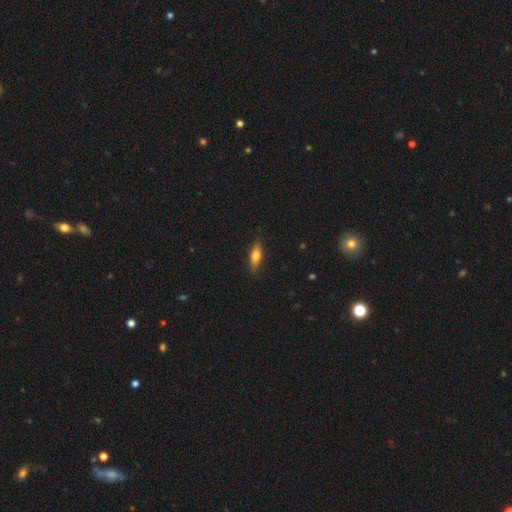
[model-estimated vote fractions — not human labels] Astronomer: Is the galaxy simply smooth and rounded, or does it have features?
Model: smooth — 66%.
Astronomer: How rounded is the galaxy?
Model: in between — 54% (runner-up: cigar-shaped, 42%).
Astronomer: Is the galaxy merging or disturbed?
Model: none — 84%.